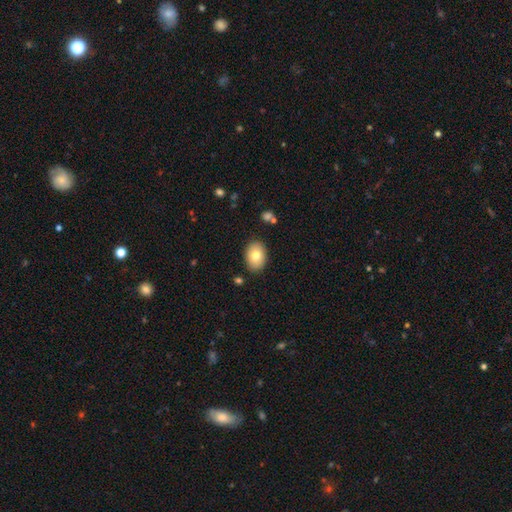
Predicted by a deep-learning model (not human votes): Smooth or featured?
  - smooth: 79% *
  - featured or disk: 14%
  - star or artifact: 7%
How rounded?
  - in between: 81% *
  - round: 18%
  - cigar-shaped: 1%
Merging?
  - none: 87% *
  - minor disturbance: 9%
  - major disturbance: 2%
  - merger: 2%